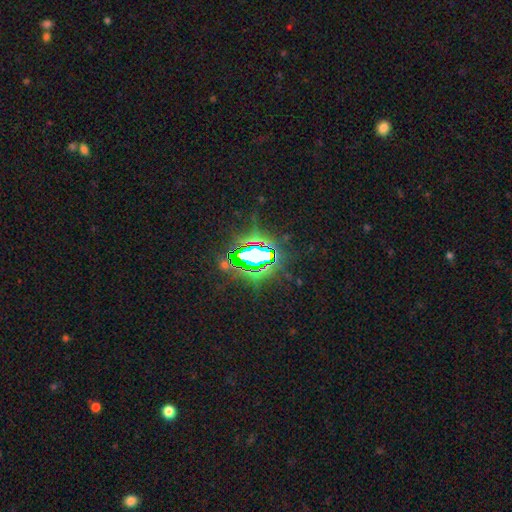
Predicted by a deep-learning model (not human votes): Smooth or featured?
  - star or artifact: 77% *
  - smooth: 12%
  - featured or disk: 11%